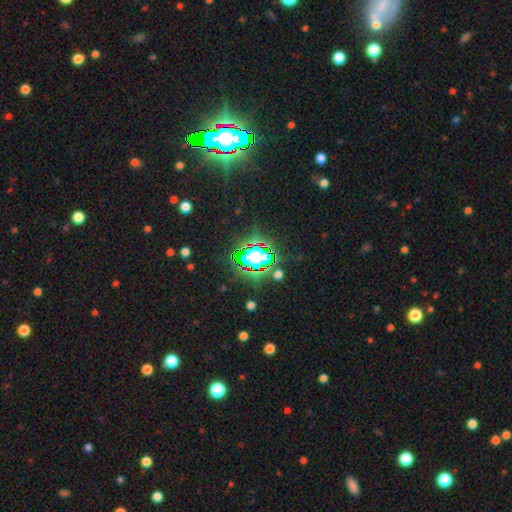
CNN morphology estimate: type=star or artifact (69%).